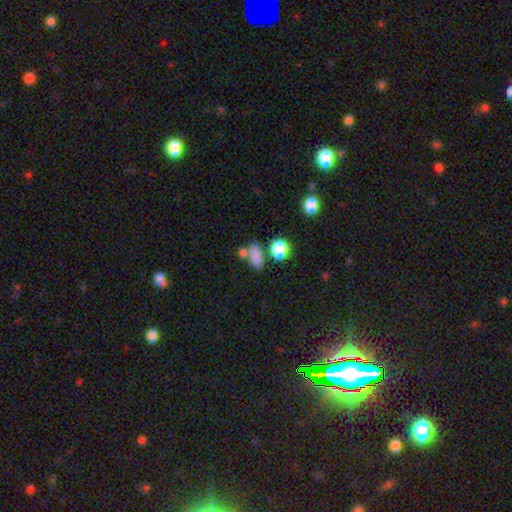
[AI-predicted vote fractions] Smooth or featured? smooth (80%)
How rounded? in between (74%)
Merging? none (54%)